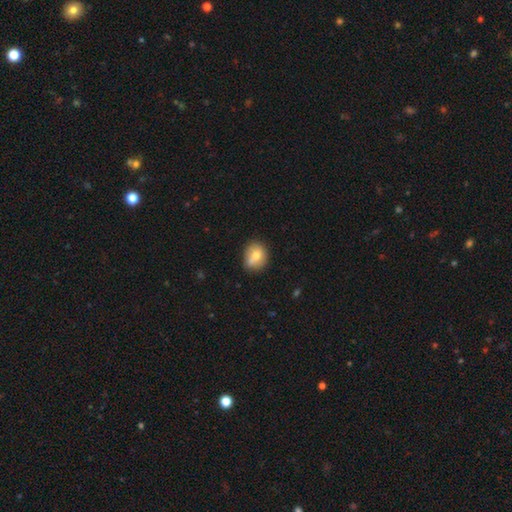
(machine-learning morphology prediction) A smooth galaxy with no disk features (72%) that is round (60%). Merging: none (66%).